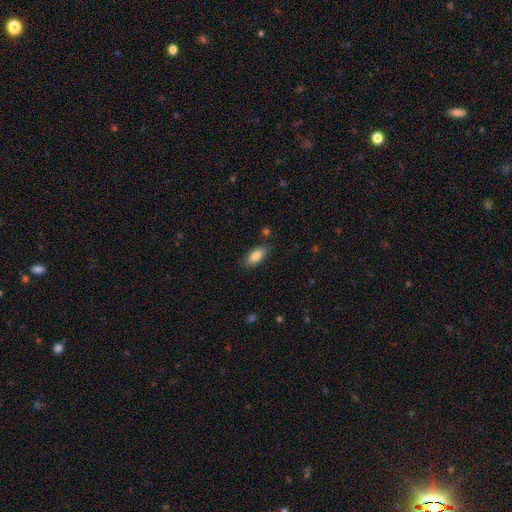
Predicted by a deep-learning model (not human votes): smooth 85%, featured or disk 8%, star or artifact 7%. Down the decision tree: how rounded — in between (90%); merging — none (83%).